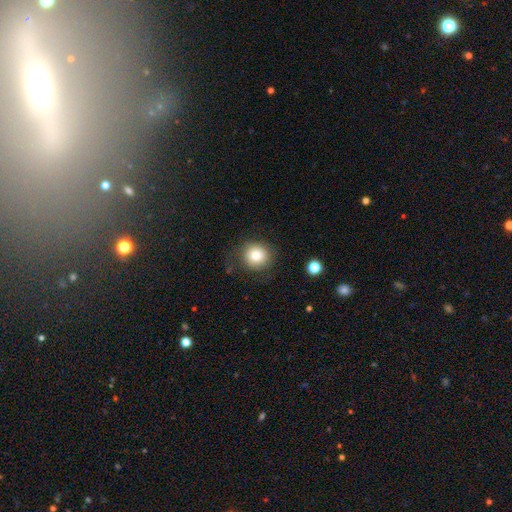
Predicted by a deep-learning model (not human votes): Q: Smooth or featured?
A: smooth (81%); runner-up: star or artifact (11%)
Q: How rounded?
A: round (91%); runner-up: in between (9%)
Q: Merging?
A: none (81%); runner-up: minor disturbance (12%)